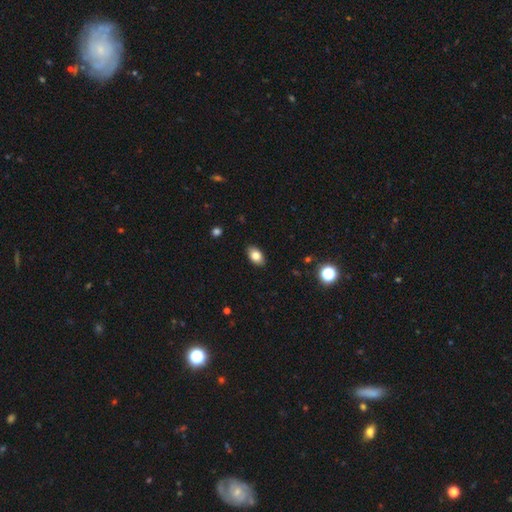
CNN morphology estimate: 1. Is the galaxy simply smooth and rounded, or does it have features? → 81% smooth, 10% featured or disk, 8% star or artifact.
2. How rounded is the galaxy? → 91% in between, 7% round, 2% cigar-shaped.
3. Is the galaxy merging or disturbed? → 88% none, 9% minor disturbance, 2% major disturbance, 1% merger.